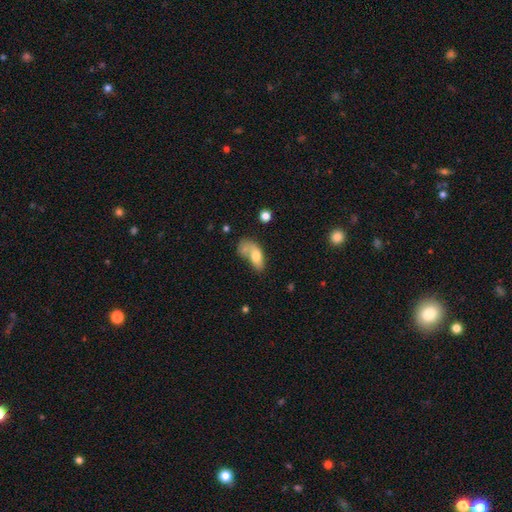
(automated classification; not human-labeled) Overall: smooth (65%; featured or disk 27%). How rounded: in between (82%). Merging: merger (33%; major disturbance 26%).